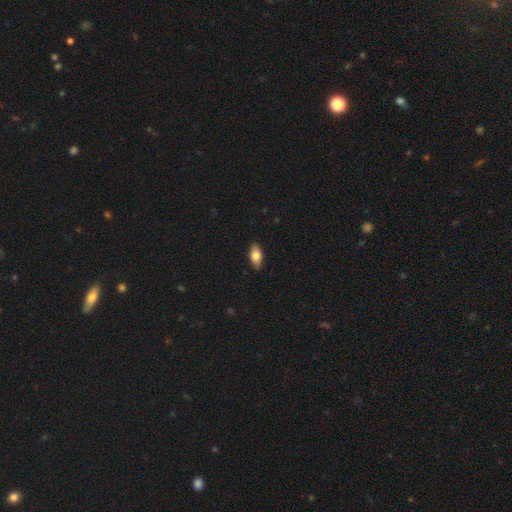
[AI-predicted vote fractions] Q: Smooth or featured?
A: smooth (80%); runner-up: featured or disk (14%)
Q: How rounded?
A: in between (89%); runner-up: cigar-shaped (8%)
Q: Merging?
A: none (88%); runner-up: minor disturbance (9%)